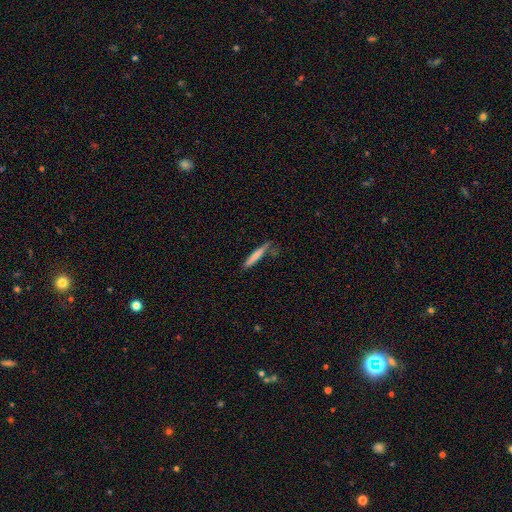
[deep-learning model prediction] Smooth or featured: smooth — 73% (featured or disk — 21%)
How rounded: cigar-shaped — 94% (in between — 4%)
Merging: none — 72% (minor disturbance — 19%)